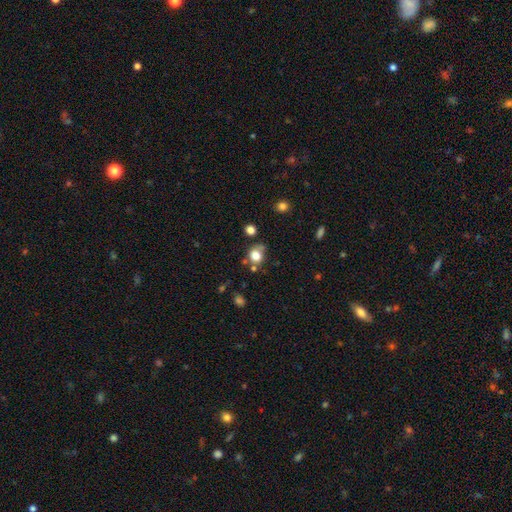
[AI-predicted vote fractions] Morphology: type=smooth (78%); roundness=round (70%); merging=none (55%).